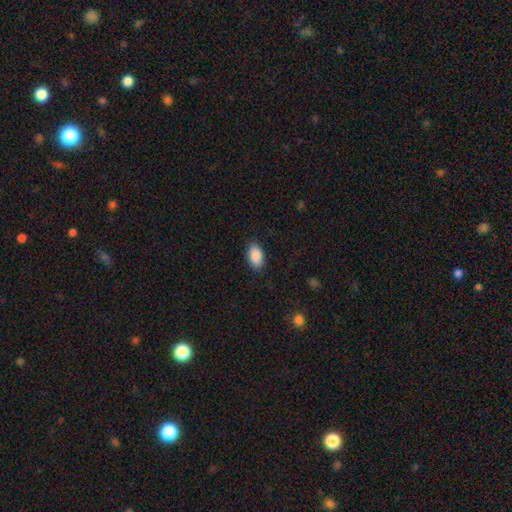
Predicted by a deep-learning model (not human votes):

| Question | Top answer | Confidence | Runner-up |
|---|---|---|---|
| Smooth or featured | smooth | 89% | star or artifact (7%) |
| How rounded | in between | 93% | round (5%) |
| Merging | none | 87% | minor disturbance (9%) |